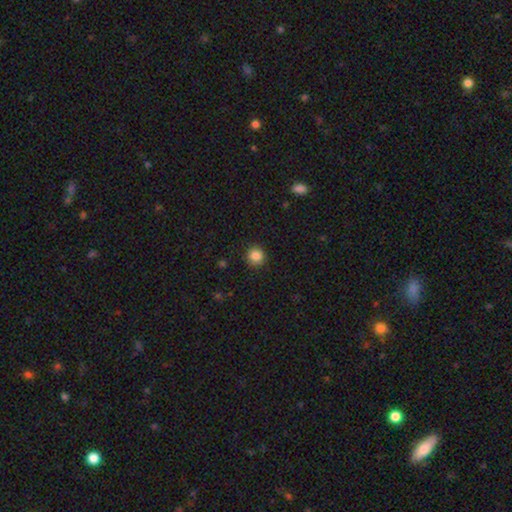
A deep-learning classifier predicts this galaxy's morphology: A smooth galaxy with no disk features (86%) that is round (94%). Merging: none (91%).